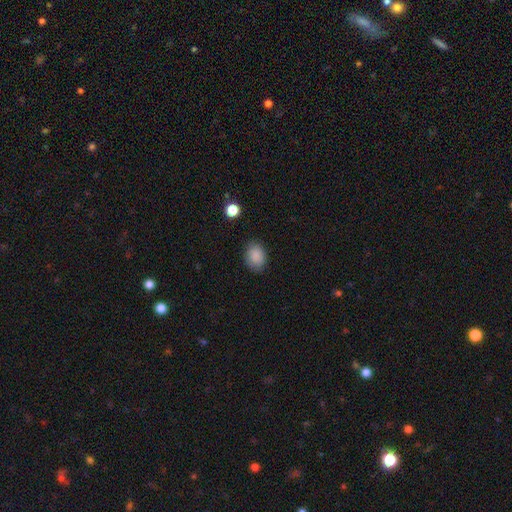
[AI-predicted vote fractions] This is clearly a smooth galaxy (88%). How rounded: likely in between (64%). Merging: clearly none (83%).